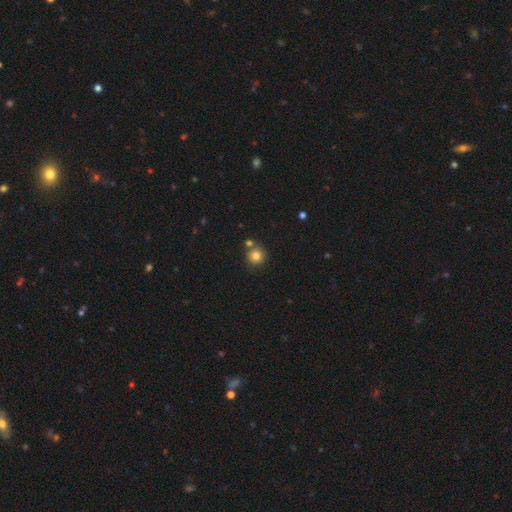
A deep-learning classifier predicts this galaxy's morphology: Overall: smooth (82%). How rounded: round (93%). Merging: none (73%).